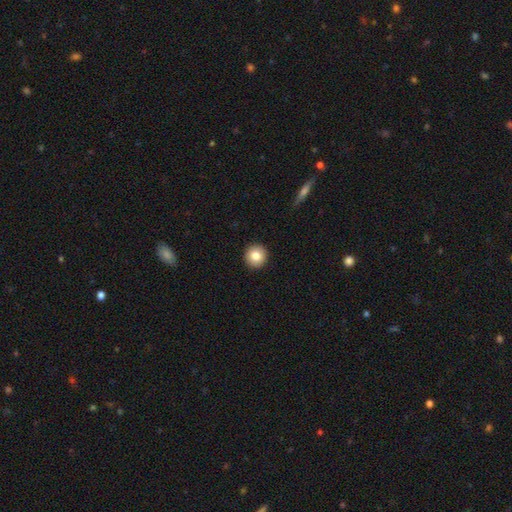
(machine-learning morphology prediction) This appears to be a smooth galaxy with no disk features (83%) that is round (95%). Merging: none (93%).